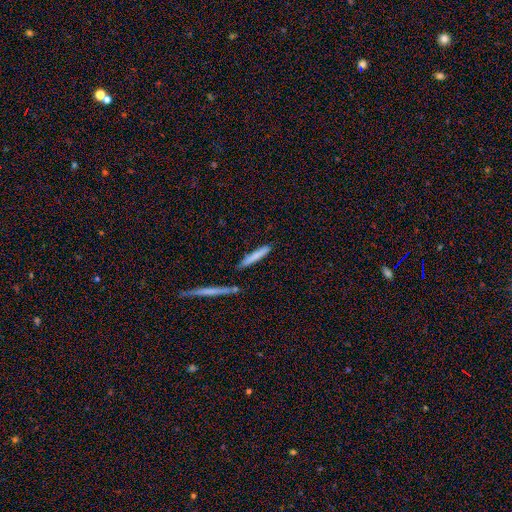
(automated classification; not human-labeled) A smooth galaxy with no disk features (76%) that is cigar-shaped (93%). Merging: none (78%).